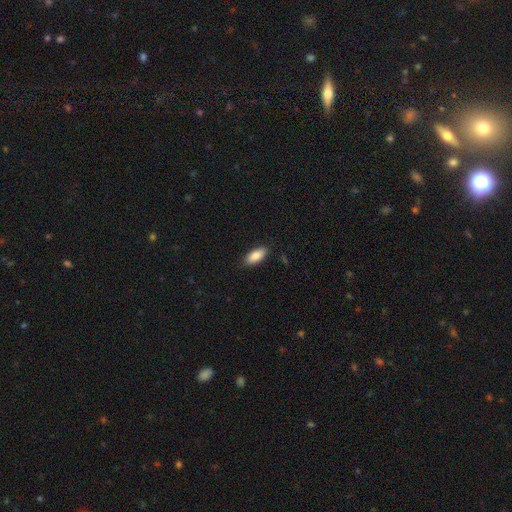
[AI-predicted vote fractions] Smooth or featured: smooth — 86% (featured or disk — 8%)
How rounded: in between — 85% (cigar-shaped — 13%)
Merging: none — 87% (minor disturbance — 10%)